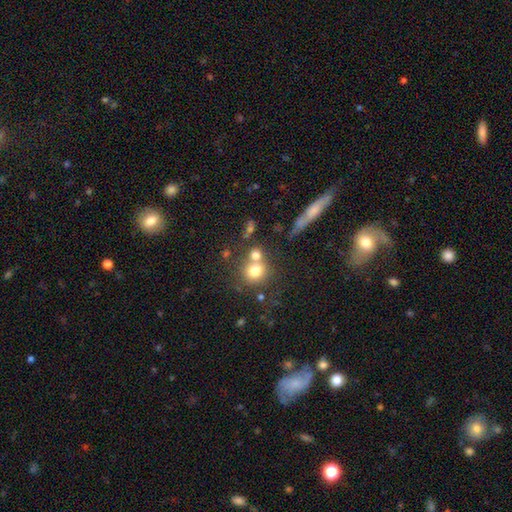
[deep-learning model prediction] smooth 73%, featured or disk 14%, star or artifact 13%. Down the decision tree: how rounded — round (82%); merging — none (49%).